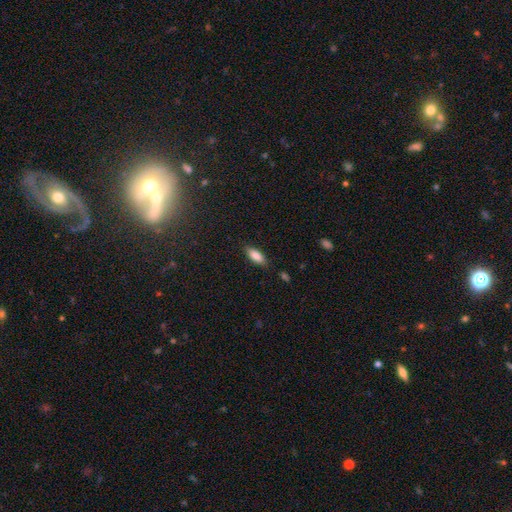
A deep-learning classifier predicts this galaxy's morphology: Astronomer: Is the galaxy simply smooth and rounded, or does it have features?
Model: smooth — 83%.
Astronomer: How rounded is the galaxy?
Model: in between — 75%.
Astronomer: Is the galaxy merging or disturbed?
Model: none — 84%.